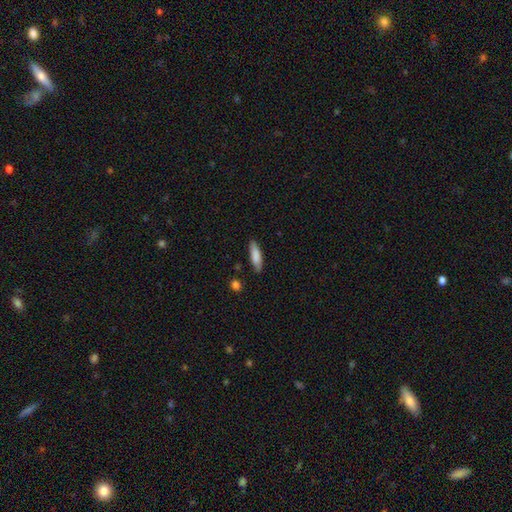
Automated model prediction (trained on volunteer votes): Smooth or featured? smooth (82%)
How rounded? cigar-shaped (65%)
Merging? none (84%)